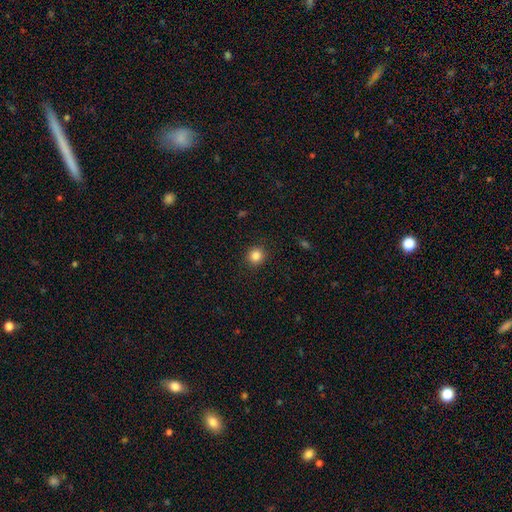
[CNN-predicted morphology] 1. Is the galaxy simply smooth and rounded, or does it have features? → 84% smooth, 11% star or artifact, 5% featured or disk.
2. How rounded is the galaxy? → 90% round, 9% in between, 1% cigar-shaped.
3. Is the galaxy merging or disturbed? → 91% none, 6% minor disturbance, 2% major disturbance, 1% merger.